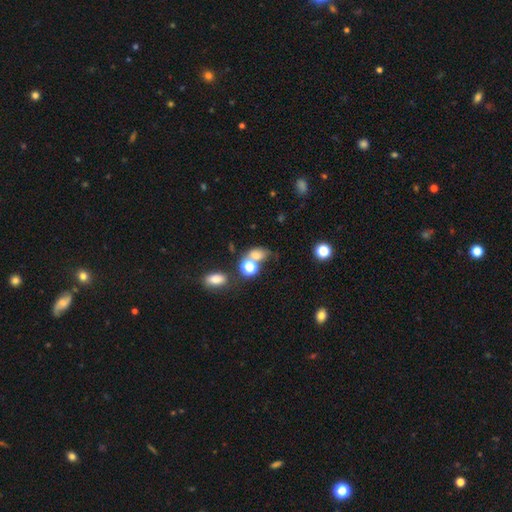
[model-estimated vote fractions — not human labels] smooth_or_featured: smooth (p=0.69) [alt: star or artifact p=0.18]
how_rounded: in between (p=0.61) [alt: round p=0.37]
merging: merger (p=0.38) [alt: none p=0.37]